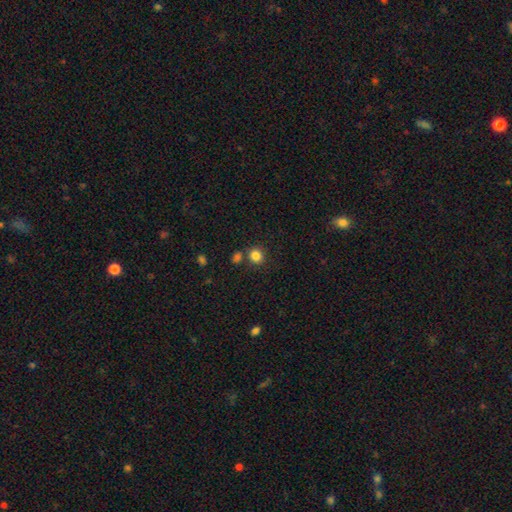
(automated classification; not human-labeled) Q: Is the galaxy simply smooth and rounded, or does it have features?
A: smooth — 83%.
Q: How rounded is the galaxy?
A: round — 80%.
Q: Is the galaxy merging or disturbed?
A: none — 75%.